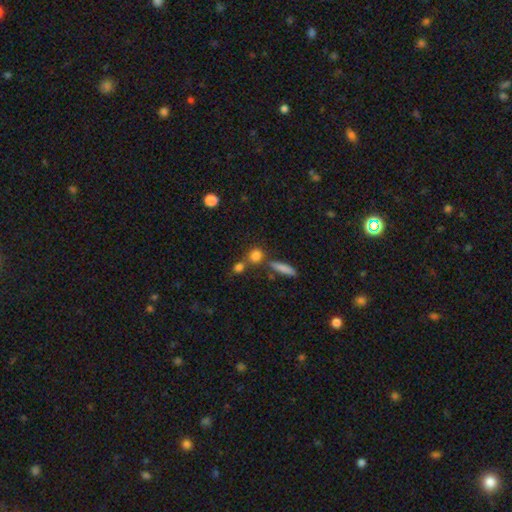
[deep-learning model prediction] This appears to be a smooth galaxy with no disk features (81%) that is round (66%). Merging: none (62%).